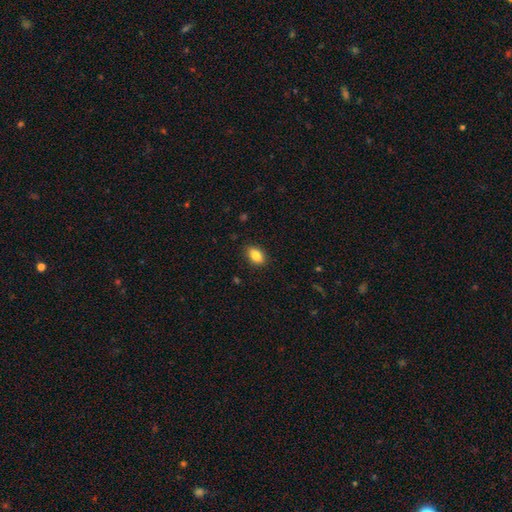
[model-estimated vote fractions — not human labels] This appears to be a smooth galaxy with no disk features (84%) that is in between round and cigar-shaped (86%). Merging: none (88%).